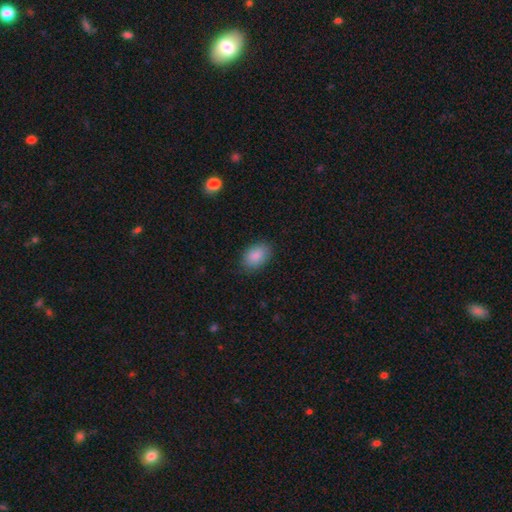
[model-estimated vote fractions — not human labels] Smooth or featured? smooth (89%)
How rounded? in between (88%)
Merging? none (84%)